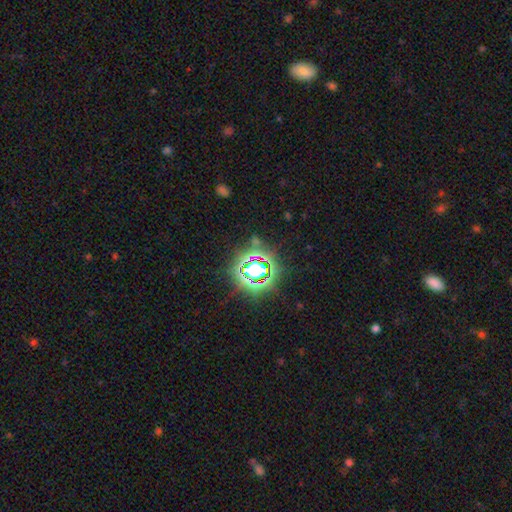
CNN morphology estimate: smooth_or_featured: star or artifact (p=0.76) [alt: smooth p=0.15]